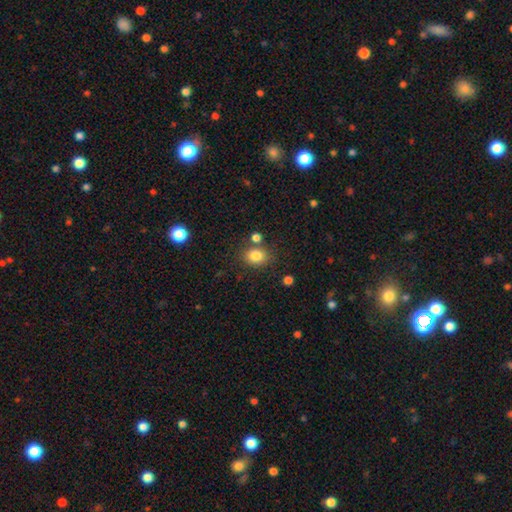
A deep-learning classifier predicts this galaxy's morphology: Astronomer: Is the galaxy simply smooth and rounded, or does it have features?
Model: smooth — 83%.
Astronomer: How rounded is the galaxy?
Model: round — 52% (runner-up: in between, 47%).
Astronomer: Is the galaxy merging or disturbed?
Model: none — 73%.